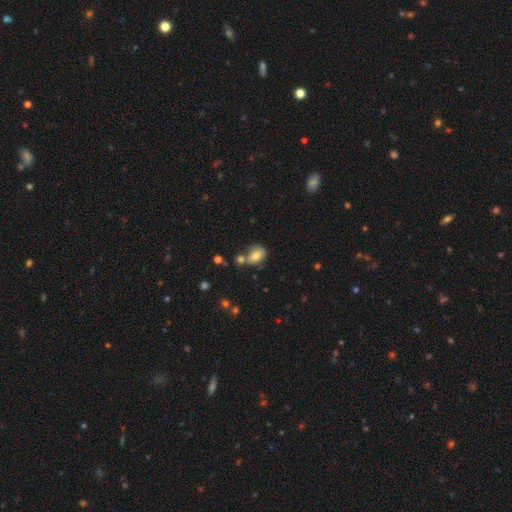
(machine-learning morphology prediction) smooth_or_featured: smooth (p=0.75) [alt: featured or disk p=0.15]
how_rounded: in between (p=0.70) [alt: round p=0.28]
merging: none (p=0.51) [alt: merger p=0.25]